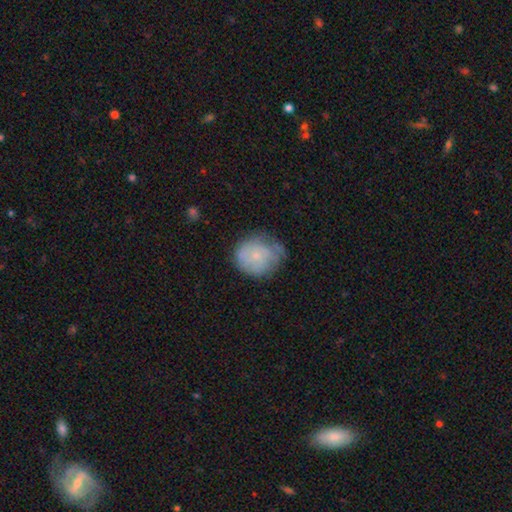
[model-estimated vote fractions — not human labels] This is likely a smooth galaxy (62%). How rounded: likely round (78%). Merging: possibly none (48%).